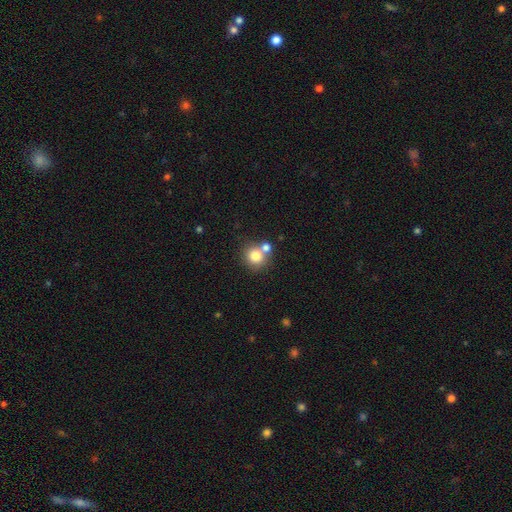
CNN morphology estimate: Smooth or featured: smooth — 79% (star or artifact — 11%)
How rounded: round — 88% (in between — 11%)
Merging: none — 58% (merger — 30%)